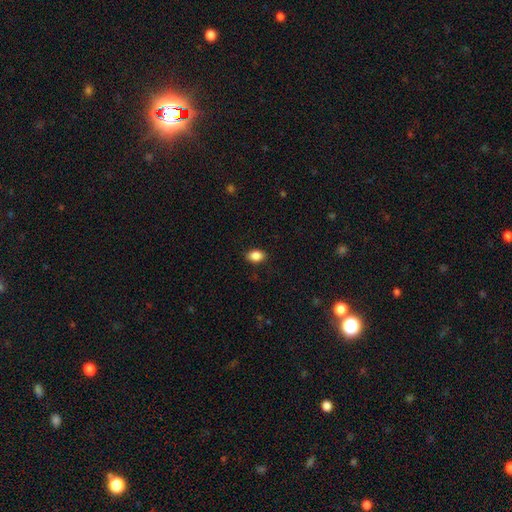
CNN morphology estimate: Smooth or featured? Predicted: smooth (p=0.88). How rounded? Predicted: in between (p=0.80). Merging? Predicted: none (p=0.87).